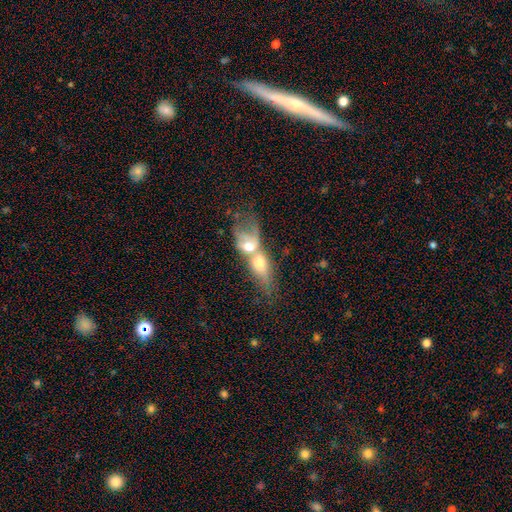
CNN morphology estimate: Overall: featured or disk (51%; smooth 38%). Edge-on disk: no (58%; yes 42%). Merging: merger (61%; none 22%).